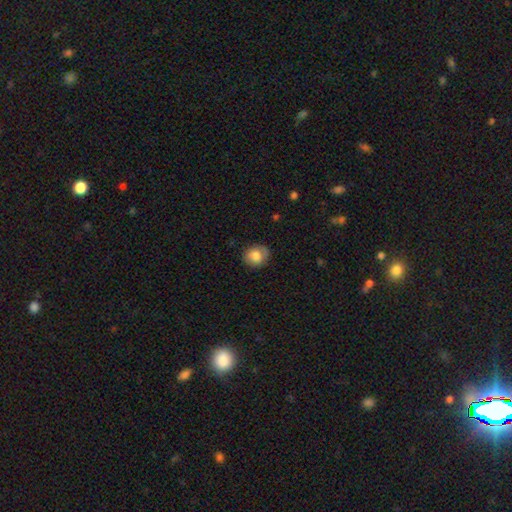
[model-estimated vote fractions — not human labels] Smooth or featured? Predicted: smooth (p=0.81). How rounded? Predicted: round (p=0.73). Merging? Predicted: none (p=0.79).